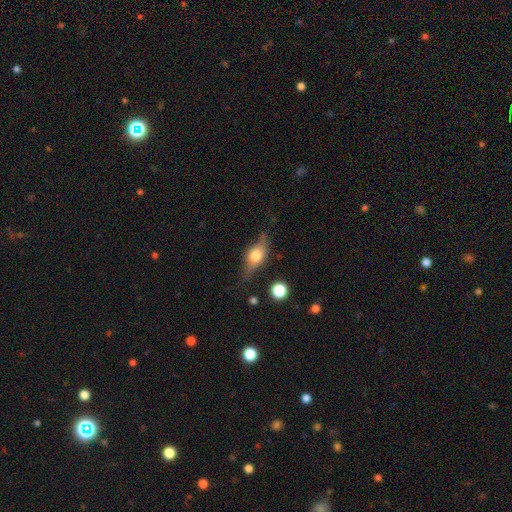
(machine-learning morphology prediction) featured or disk 47%, smooth 46%, star or artifact 8%. Down the decision tree: merging — none (66%).